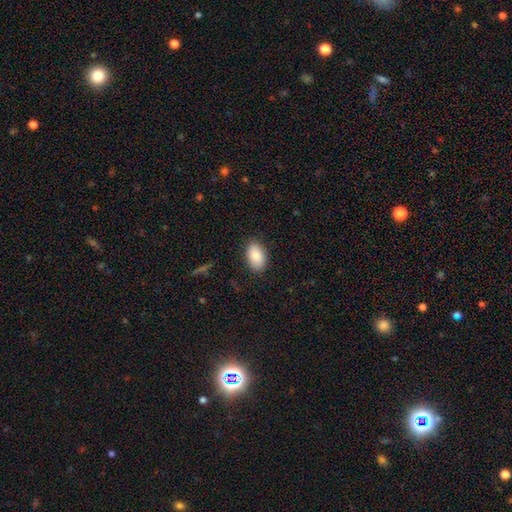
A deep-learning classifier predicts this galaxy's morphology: Smooth or featured? smooth (84%)
How rounded? in between (92%)
Merging? none (86%)